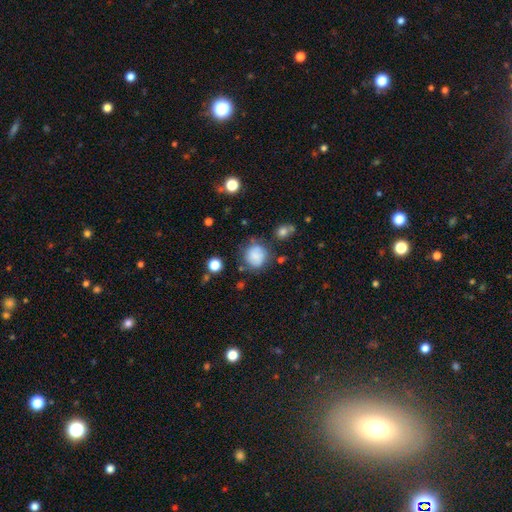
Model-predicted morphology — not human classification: Q: Smooth or featured?
A: smooth (78%); runner-up: featured or disk (12%)
Q: How rounded?
A: round (82%); runner-up: in between (17%)
Q: Merging?
A: none (66%); runner-up: minor disturbance (20%)